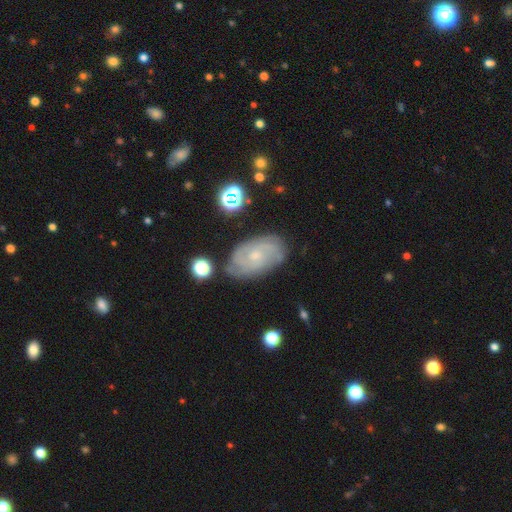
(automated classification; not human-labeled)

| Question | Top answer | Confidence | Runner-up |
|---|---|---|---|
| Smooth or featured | featured or disk | 75% | smooth (17%) |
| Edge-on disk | no | 96% | yes (4%) |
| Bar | no | 70% | weak (26%) |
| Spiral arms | yes | 93% | no (7%) |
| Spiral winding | tight | 59% | medium (32%) |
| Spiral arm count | can't tell | 37% | 2 (27%) |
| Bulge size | small | 71% | moderate (23%) |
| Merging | none | 76% | minor disturbance (17%) |